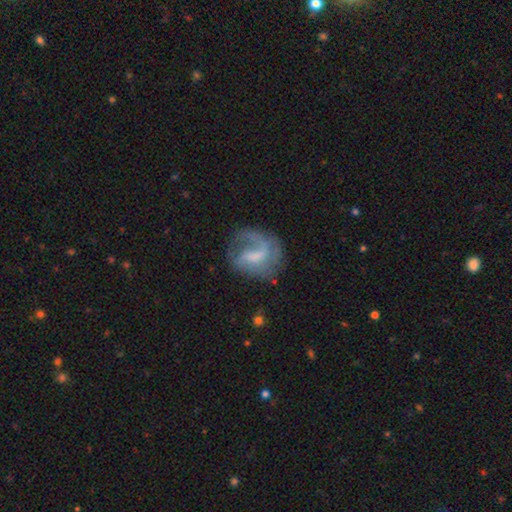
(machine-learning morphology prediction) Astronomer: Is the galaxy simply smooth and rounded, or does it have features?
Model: featured or disk — 68%.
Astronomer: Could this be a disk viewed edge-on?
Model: no — 97%.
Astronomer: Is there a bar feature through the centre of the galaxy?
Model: weak — 50% (runner-up: no, 30%).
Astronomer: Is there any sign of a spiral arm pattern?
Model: yes — 82%.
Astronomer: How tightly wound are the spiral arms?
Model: loose — 43% (runner-up: medium, 38%).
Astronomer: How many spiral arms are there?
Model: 1 — 62%.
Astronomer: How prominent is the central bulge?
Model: none — 40% (runner-up: small, 26%).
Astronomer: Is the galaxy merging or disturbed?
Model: none — 48% (runner-up: major disturbance, 29%).